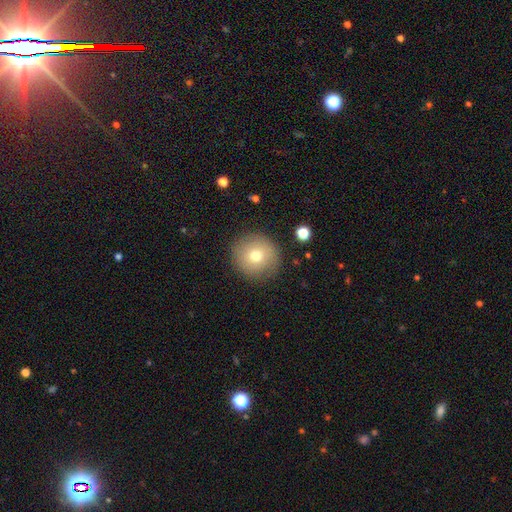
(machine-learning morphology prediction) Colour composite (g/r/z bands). It shows a smooth galaxy with no disk features (72%) that is round (94%). Merging: none (87%).